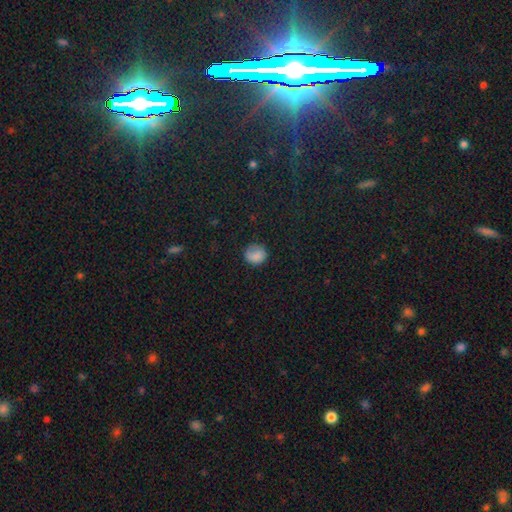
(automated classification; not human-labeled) Smooth or featured? smooth (83%)
How rounded? round (81%)
Merging? none (71%)